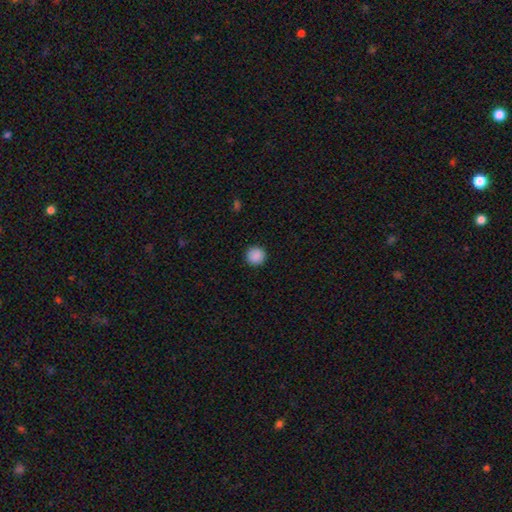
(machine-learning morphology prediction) This is clearly a smooth galaxy (89%). How rounded: clearly round (95%). Merging: clearly none (92%).